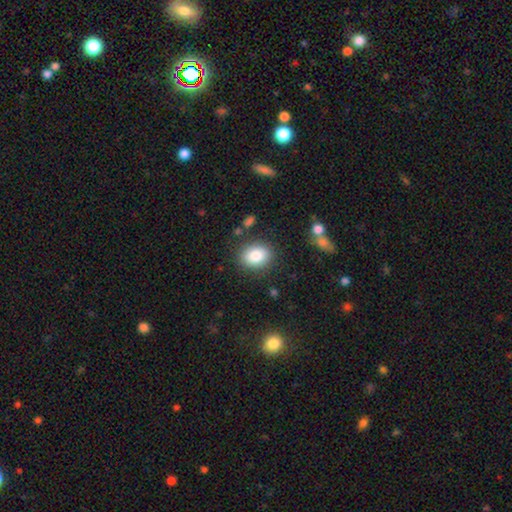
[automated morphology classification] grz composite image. It shows a smooth galaxy with no disk features (85%) that is in between round and cigar-shaped (55%). Merging: none (84%).